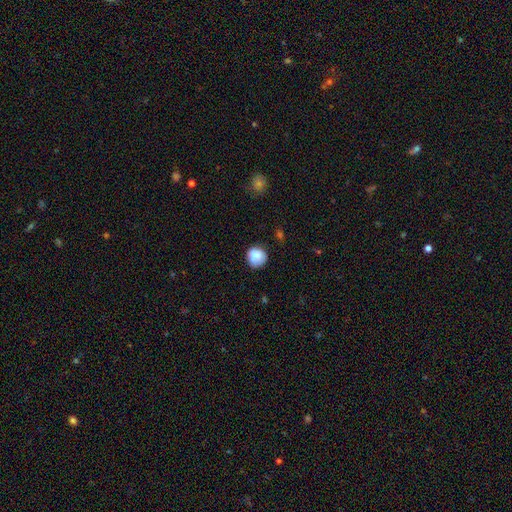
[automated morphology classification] Smooth or featured: smooth — 81% (featured or disk — 10%)
How rounded: round — 87% (in between — 12%)
Merging: none — 68% (minor disturbance — 22%)